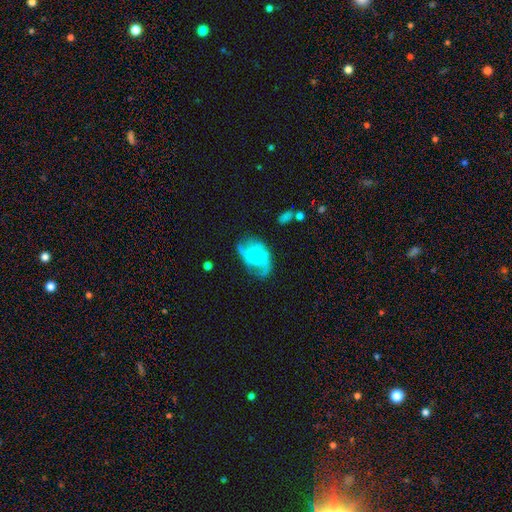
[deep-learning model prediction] Smooth or featured? featured or disk (62%)
Edge-on disk? no (97%)
Bar? no (67%)
Spiral arms? yes (73%)
Bulge size? none (36%)
Merging? none (41%)